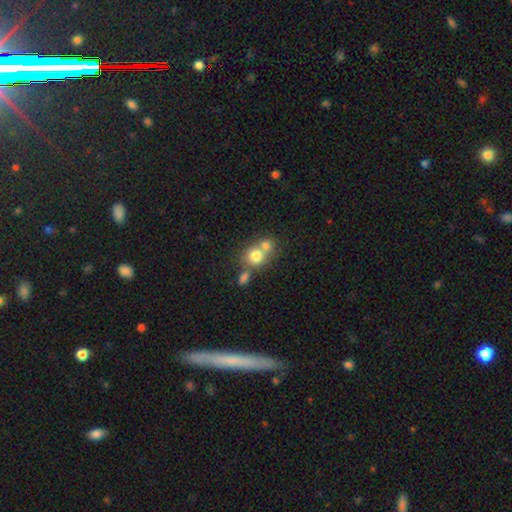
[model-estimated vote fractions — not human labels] Q: Smooth or featured?
A: smooth (75%); runner-up: featured or disk (14%)
Q: How rounded?
A: round (76%); runner-up: in between (23%)
Q: Merging?
A: merger (55%); runner-up: none (35%)